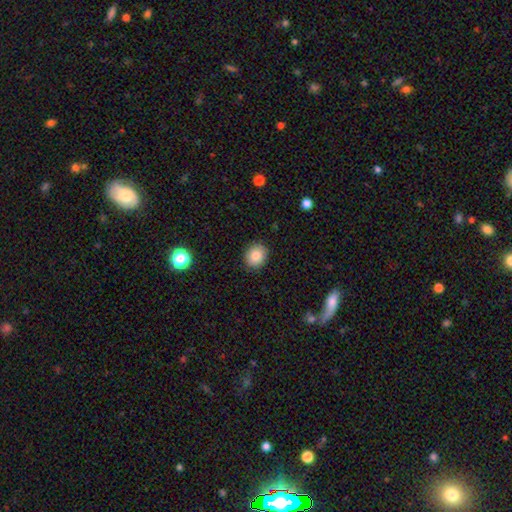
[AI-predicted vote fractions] Smooth or featured: smooth — 83% (star or artifact — 9%)
How rounded: round — 66% (in between — 33%)
Merging: none — 88% (minor disturbance — 9%)